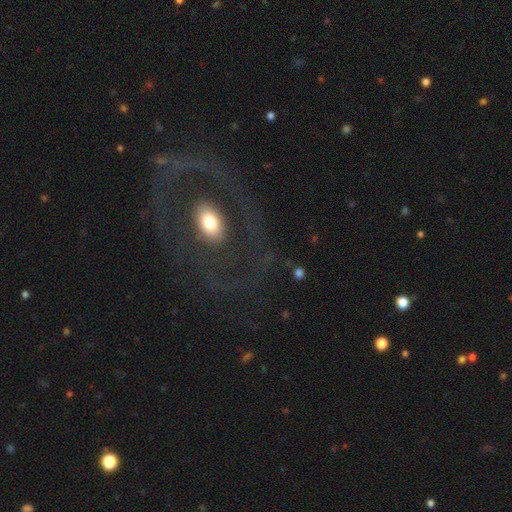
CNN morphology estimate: Smooth or featured? featured or disk (70%)
Edge-on disk? no (93%)
Bar? no (67%)
Spiral arms? no (57%)
Bulge size? moderate (61%)
Merging? none (76%)